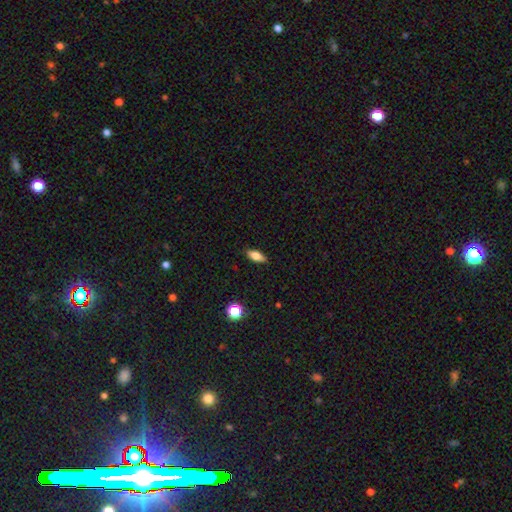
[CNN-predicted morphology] Smooth or featured? smooth (75%)
How rounded? in between (75%)
Merging? none (87%)